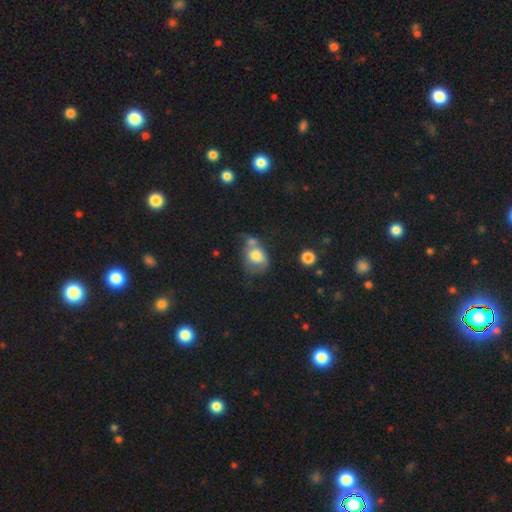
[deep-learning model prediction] Smooth or featured? Predicted: smooth (p=0.68). How rounded? Predicted: in between (p=0.61). Merging? Predicted: merger (p=0.35).